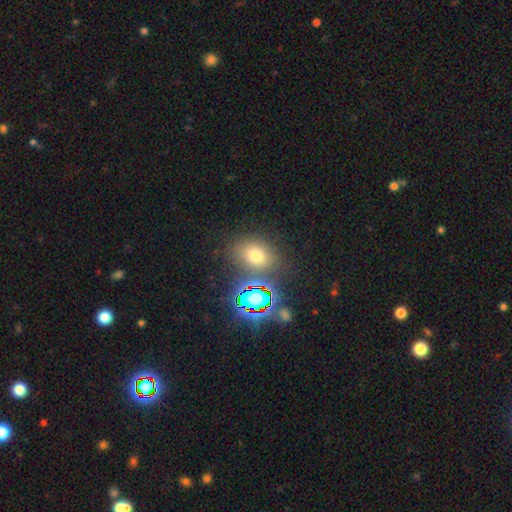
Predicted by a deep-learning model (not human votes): A smooth galaxy with no disk features (62%) that is in between round and cigar-shaped (60%). Merging: none (78%).